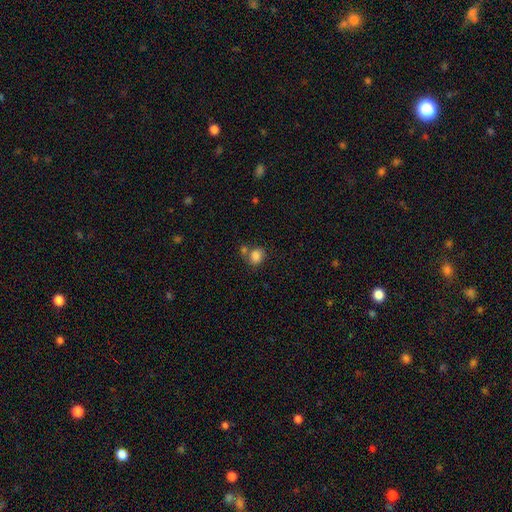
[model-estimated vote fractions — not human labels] Overall: smooth (83%). How rounded: round (56%; in between 43%). Merging: none (49%; merger 31%).